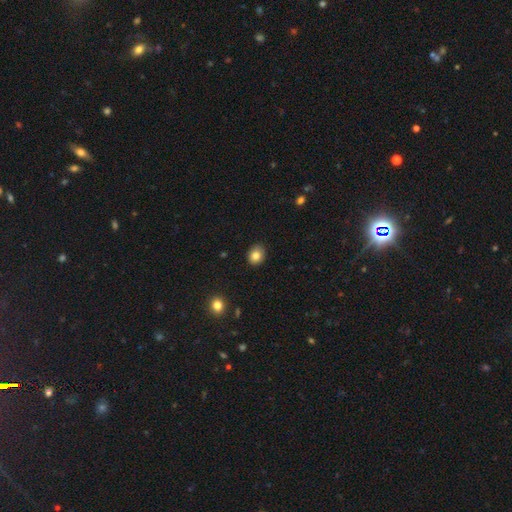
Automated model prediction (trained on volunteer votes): Smooth or featured: smooth — 82% (star or artifact — 10%)
How rounded: round — 65% (in between — 34%)
Merging: none — 85% (minor disturbance — 12%)